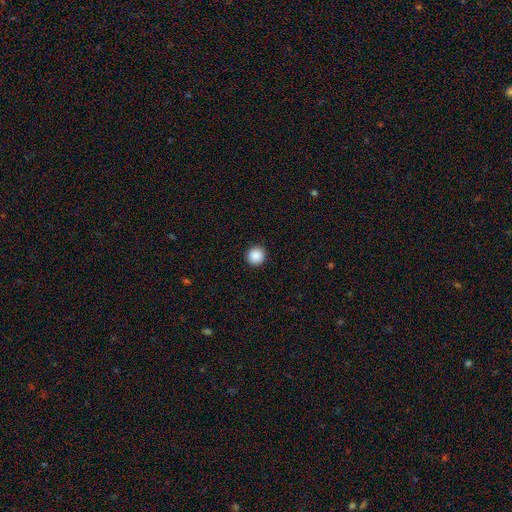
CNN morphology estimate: smooth 89%, star or artifact 9%, featured or disk 3%. Down the decision tree: how rounded — round (95%); merging — none (93%).